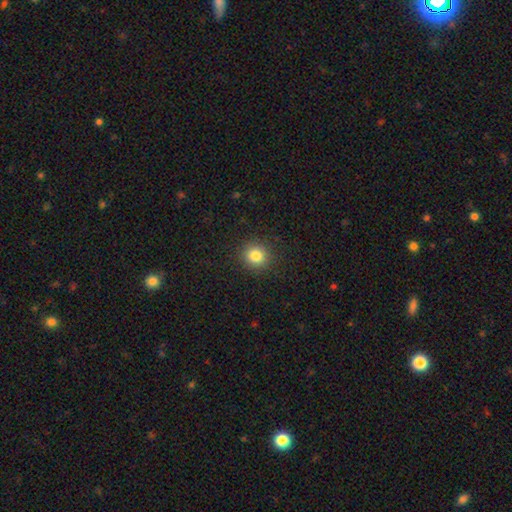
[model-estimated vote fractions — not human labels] Smooth or featured?
  - smooth: 82% *
  - star or artifact: 12%
  - featured or disk: 6%
How rounded?
  - round: 88% *
  - in between: 11%
  - cigar-shaped: 1%
Merging?
  - none: 90% *
  - minor disturbance: 6%
  - major disturbance: 2%
  - merger: 1%